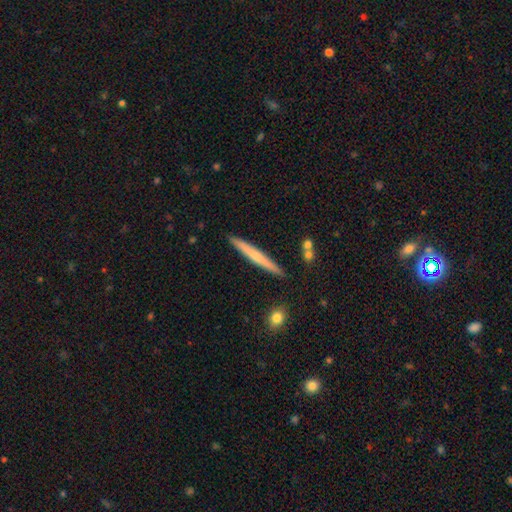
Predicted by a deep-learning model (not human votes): The model was most divided on "smooth or featured": smooth: 48%, featured or disk: 47%, star or artifact: 6%. More confident: merging — none (90%).